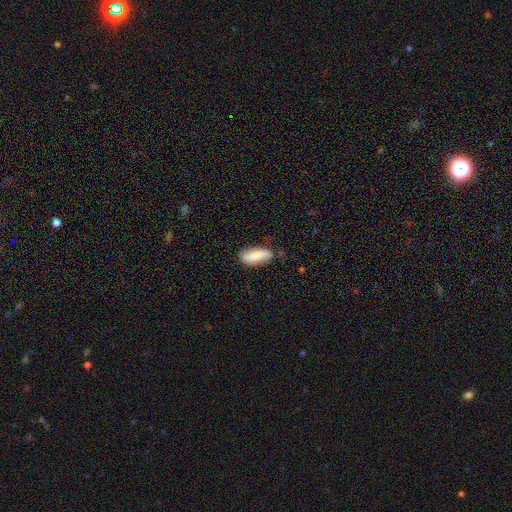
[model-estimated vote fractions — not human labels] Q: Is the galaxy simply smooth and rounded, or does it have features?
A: smooth — 81%.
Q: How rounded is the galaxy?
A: in between — 70%.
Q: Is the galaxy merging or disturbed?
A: none — 75%.